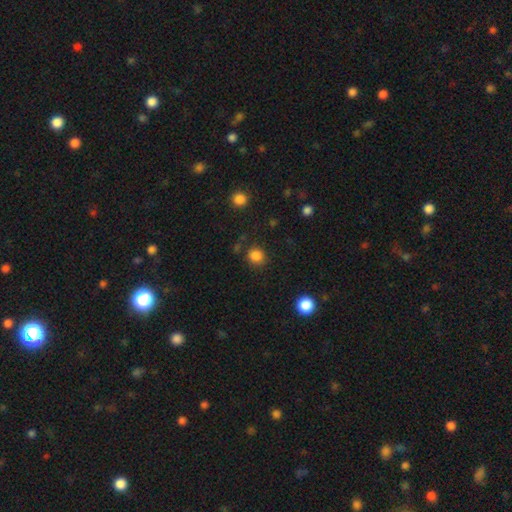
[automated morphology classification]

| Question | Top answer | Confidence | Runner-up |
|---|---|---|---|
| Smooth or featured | smooth | 84% | star or artifact (13%) |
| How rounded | round | 91% | in between (8%) |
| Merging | none | 83% | minor disturbance (10%) |